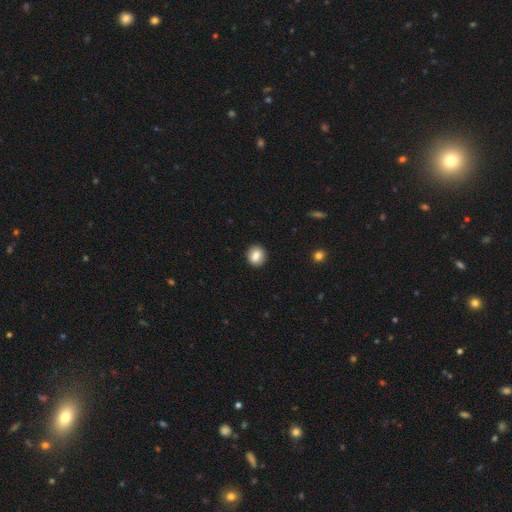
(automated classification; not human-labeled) A smooth galaxy with no disk features (83%) that is round (80%). Merging: none (91%).